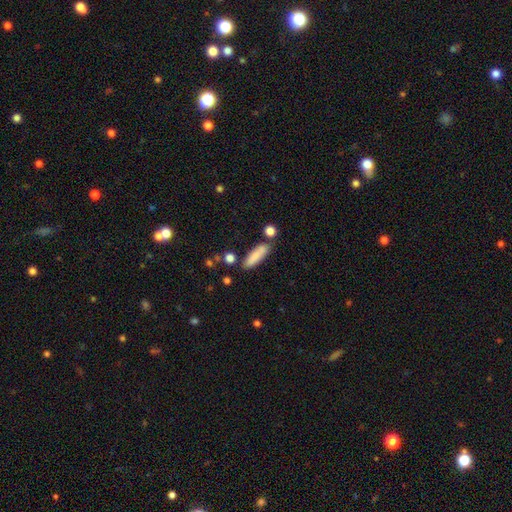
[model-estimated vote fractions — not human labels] Smooth or featured? Predicted: smooth (p=0.84). How rounded? Predicted: cigar-shaped (p=0.61). Merging? Predicted: none (p=0.74).